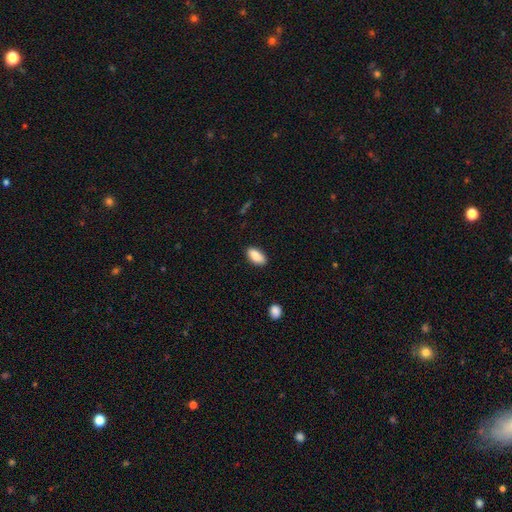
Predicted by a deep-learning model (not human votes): smooth 87%, star or artifact 7%, featured or disk 6%. Down the decision tree: how rounded — in between (91%); merging — none (86%).